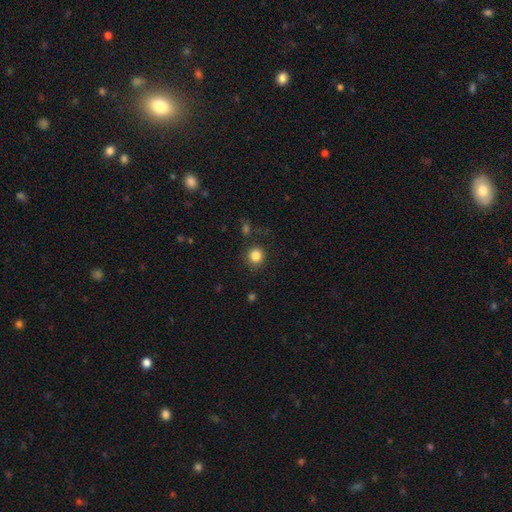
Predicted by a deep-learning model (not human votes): Q: Smooth or featured?
A: smooth (84%); runner-up: star or artifact (11%)
Q: How rounded?
A: round (90%); runner-up: in between (9%)
Q: Merging?
A: none (85%); runner-up: minor disturbance (9%)